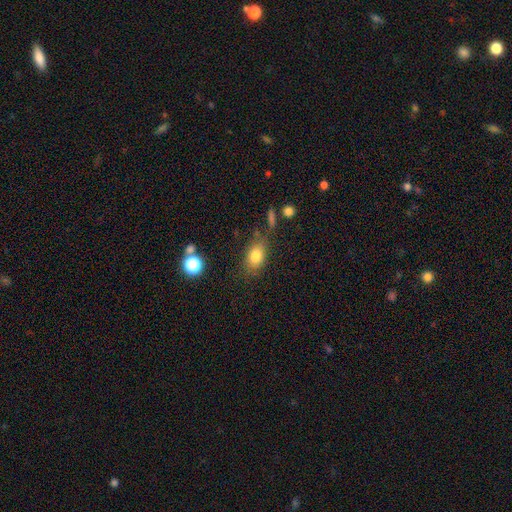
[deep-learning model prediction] smooth-or-featured: smooth: 80% | featured or disk: 10% | star or artifact: 10%
  how-rounded: in between: 79% | round: 18% | cigar-shaped: 3%
  merging: none: 69% | minor disturbance: 19% | major disturbance: 7% | merger: 6%